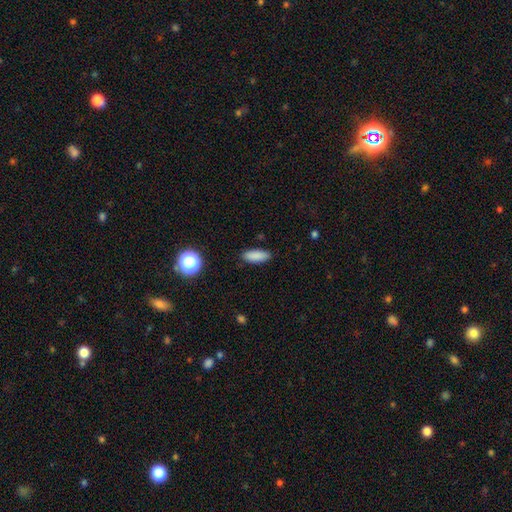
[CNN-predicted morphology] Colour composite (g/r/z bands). It shows a smooth galaxy with no disk features (86%) that is in between round and cigar-shaped (66%). Merging: none (88%).